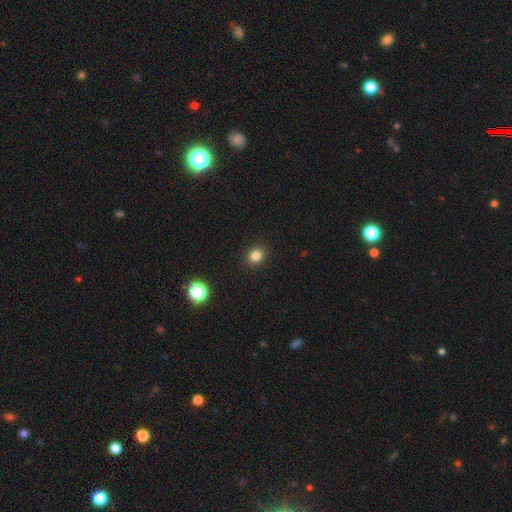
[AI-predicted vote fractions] Morphology: type=smooth (82%); roundness=round (65%); merging=none (91%).